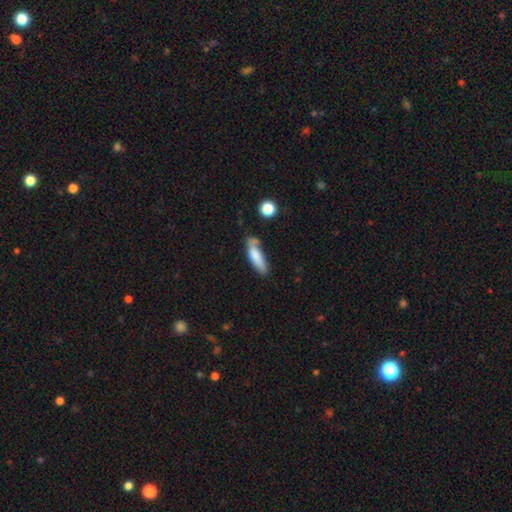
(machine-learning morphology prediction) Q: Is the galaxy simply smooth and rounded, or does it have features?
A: smooth — 76%.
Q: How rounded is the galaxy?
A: cigar-shaped — 63%.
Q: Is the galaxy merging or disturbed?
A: none — 55%.